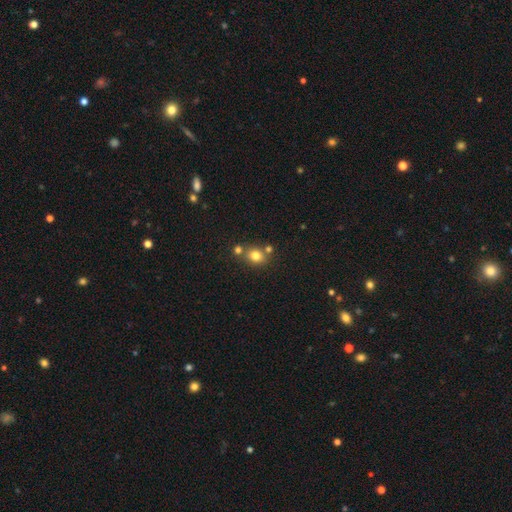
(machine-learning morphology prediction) Q: Smooth or featured?
A: smooth (79%); runner-up: star or artifact (13%)
Q: How rounded?
A: round (63%); runner-up: in between (36%)
Q: Merging?
A: none (62%); runner-up: merger (24%)